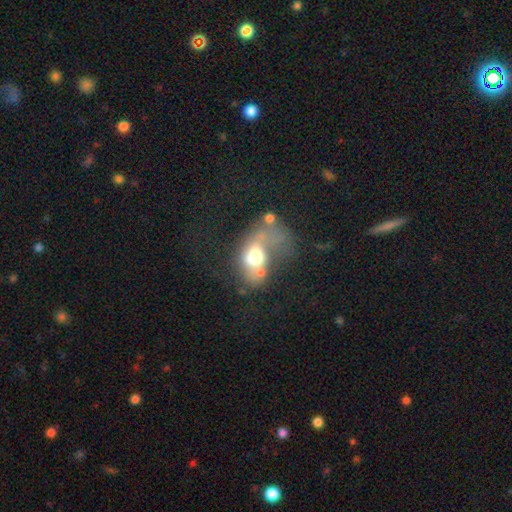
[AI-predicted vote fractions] Smooth or featured? Predicted: smooth (p=0.48). Merging? Predicted: major disturbance (p=0.42).